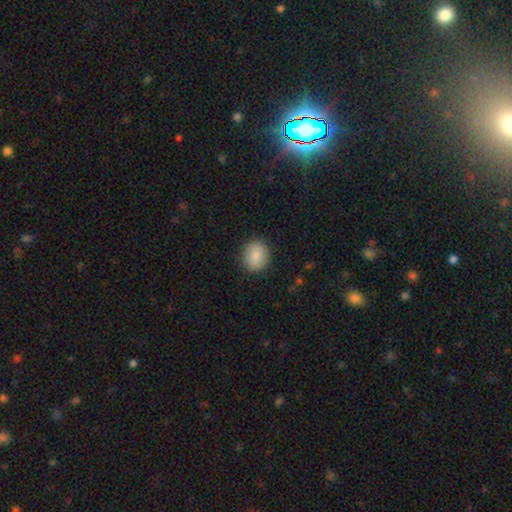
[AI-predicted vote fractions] A smooth galaxy with no disk features (83%) that is round (71%).

Vote fractions:
- Smooth or featured? smooth: 83% / featured or disk: 10% / star or artifact: 7%
- How rounded? round: 71% / in between: 28% / cigar-shaped: 1%
- Merging? none: 89% / minor disturbance: 8% / major disturbance: 2% / merger: 1%